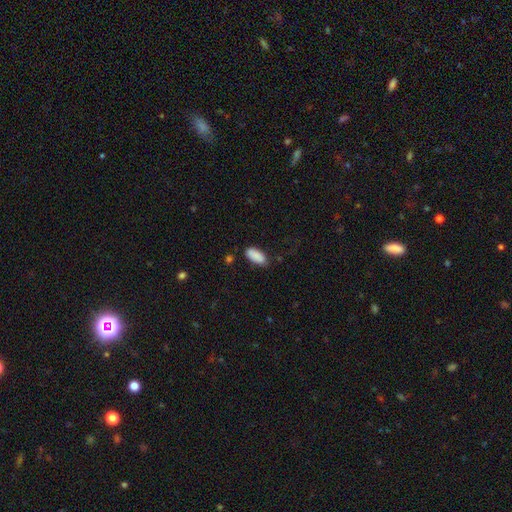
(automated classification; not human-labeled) Smooth or featured? Predicted: smooth (p=0.89). How rounded? Predicted: in between (p=0.88). Merging? Predicted: none (p=0.79).